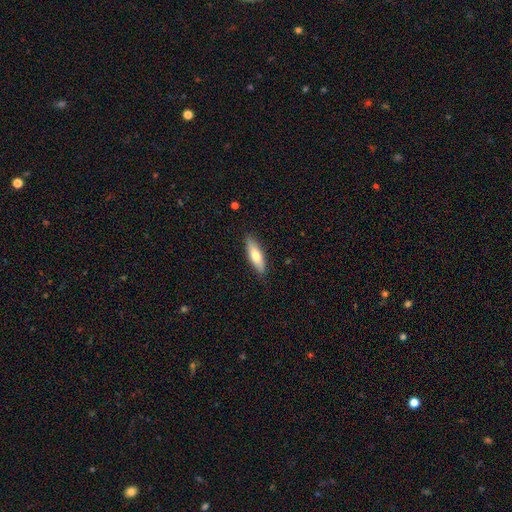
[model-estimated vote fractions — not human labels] The model was most divided on "how rounded": cigar-shaped: 50%, in between: 48%, round: 2%. More confident: merging — none (87%); smooth or featured — smooth (70%).